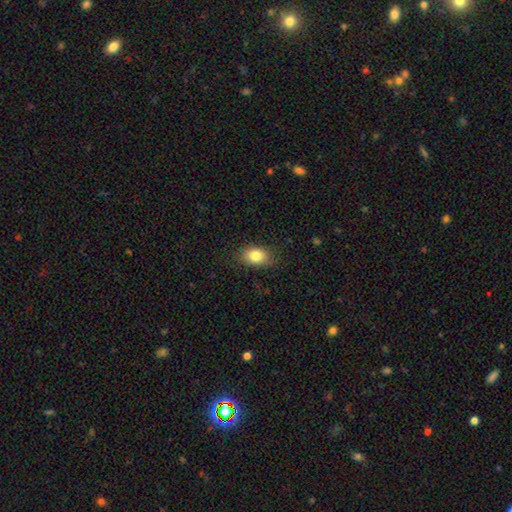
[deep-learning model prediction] This appears to be a smooth galaxy with no disk features (83%) that is in between round and cigar-shaped (76%). Merging: none (83%).